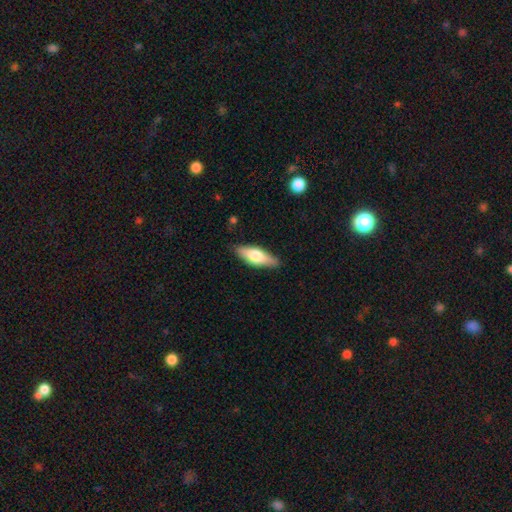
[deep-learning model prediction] smooth_or_featured: smooth (p=0.65) [alt: featured or disk p=0.29]
how_rounded: in between (p=0.61) [alt: cigar-shaped p=0.36]
merging: none (p=0.85) [alt: minor disturbance p=0.12]